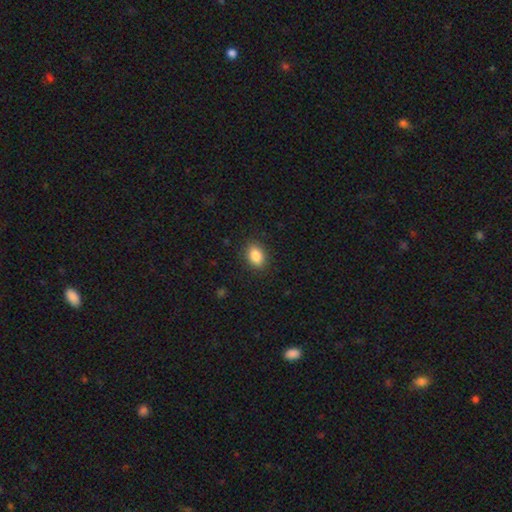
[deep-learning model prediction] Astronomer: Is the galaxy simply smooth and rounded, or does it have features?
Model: smooth — 87%.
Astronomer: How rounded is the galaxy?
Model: in between — 79%.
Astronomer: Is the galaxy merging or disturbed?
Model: none — 88%.